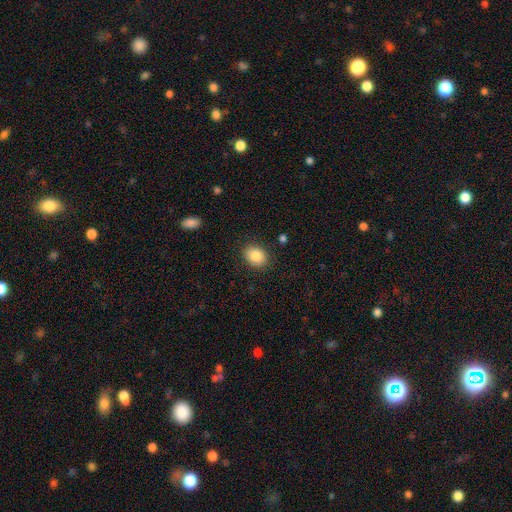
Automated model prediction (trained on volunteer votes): The model was most divided on "how rounded": in between: 57%, round: 43%, cigar-shaped: 1%. More confident: merging — none (87%); smooth or featured — smooth (85%).